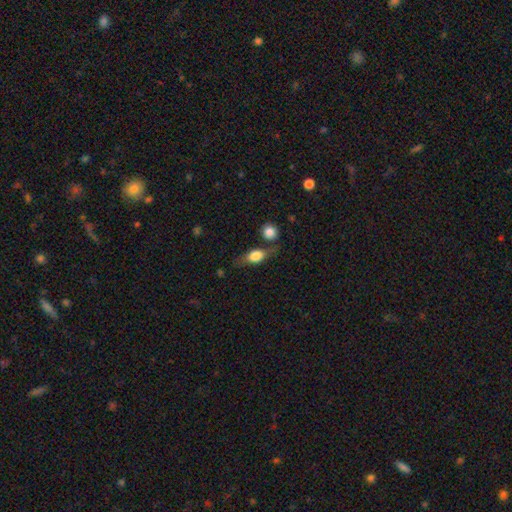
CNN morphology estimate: The model was most divided on "merging": none: 59%, minor disturbance: 20%, merger: 12%, major disturbance: 9%. More confident: how rounded — in between (71%); smooth or featured — smooth (66%).